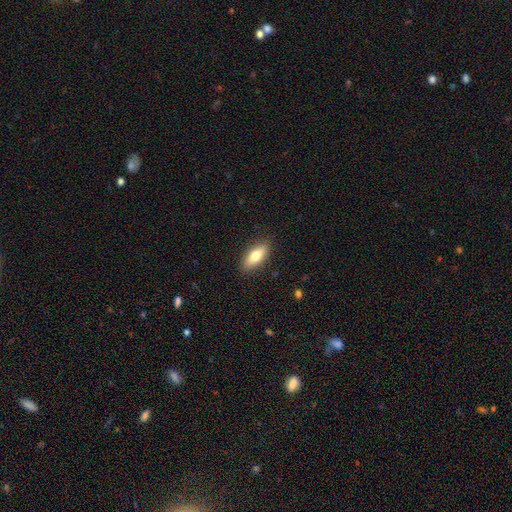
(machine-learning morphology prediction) smooth_or_featured: smooth (p=0.74) [alt: featured or disk p=0.20]
how_rounded: in between (p=0.75) [alt: cigar-shaped p=0.22]
merging: none (p=0.88) [alt: minor disturbance p=0.09]